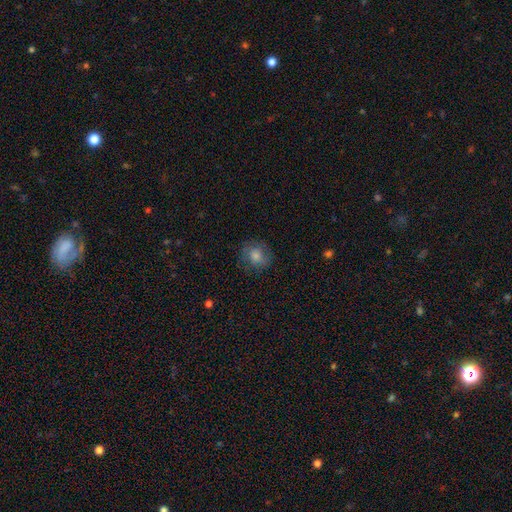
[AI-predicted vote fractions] Smooth or featured? smooth (64%)
How rounded? round (80%)
Merging? none (81%)